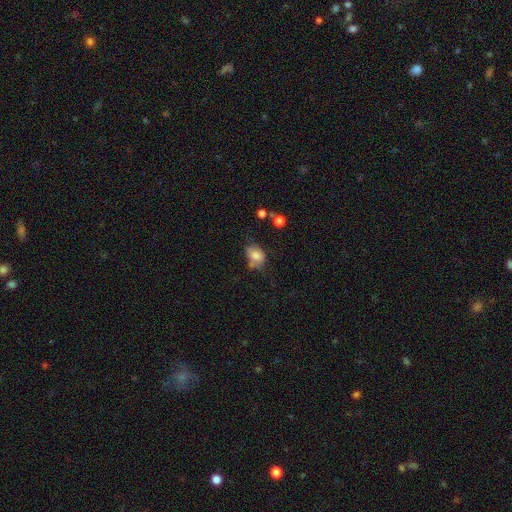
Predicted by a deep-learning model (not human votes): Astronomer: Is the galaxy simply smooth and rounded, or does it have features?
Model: smooth — 76%.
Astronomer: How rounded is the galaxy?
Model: in between — 67%.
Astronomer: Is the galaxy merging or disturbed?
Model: none — 44% (runner-up: minor disturbance, 33%).